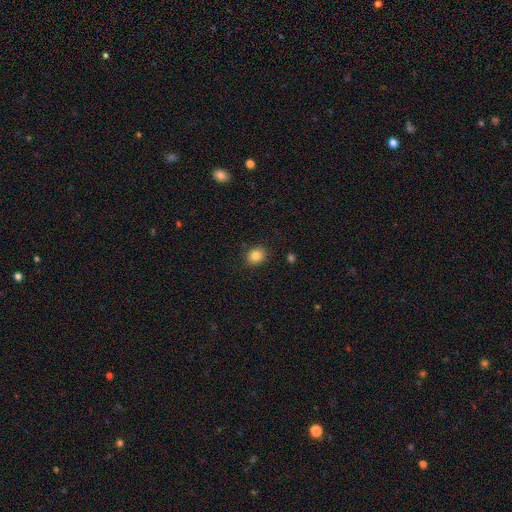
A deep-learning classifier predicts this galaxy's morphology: This is clearly a smooth galaxy (84%). How rounded: likely round (65%). Merging: clearly none (88%).